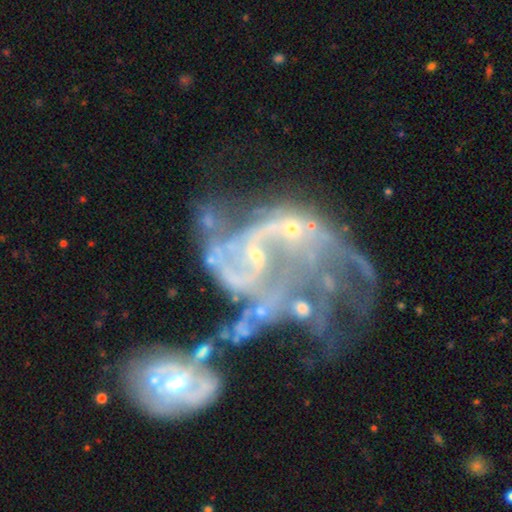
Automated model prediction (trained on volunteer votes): This is clearly a featured or disk galaxy (84%). It is clearly not viewed edge-on (98%). Bar: likely no (61%). Spiral arm pattern: likely yes (78%). Spiral arm count: marginally 2 (44%). Spiral winding: possibly loose (48%). Central bulge: possibly small (57%). Merging: possibly merger (52%).